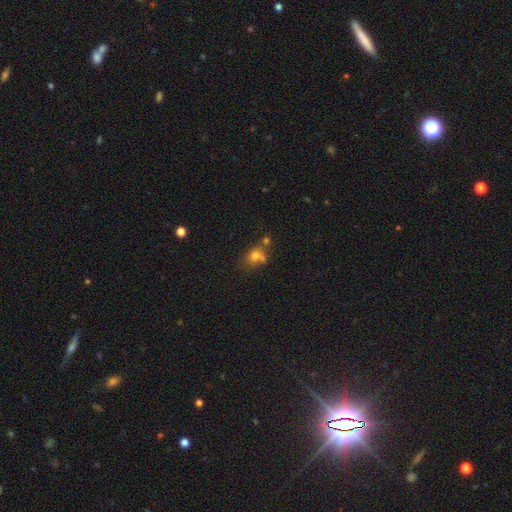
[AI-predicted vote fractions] A smooth galaxy with no disk features (72%) that is round (55%).

Vote fractions:
- Smooth or featured? smooth: 72% / star or artifact: 15% / featured or disk: 13%
- How rounded? round: 55% / in between: 44% / cigar-shaped: 2%
- Merging? none: 42% / merger: 31% / minor disturbance: 18% / major disturbance: 9%